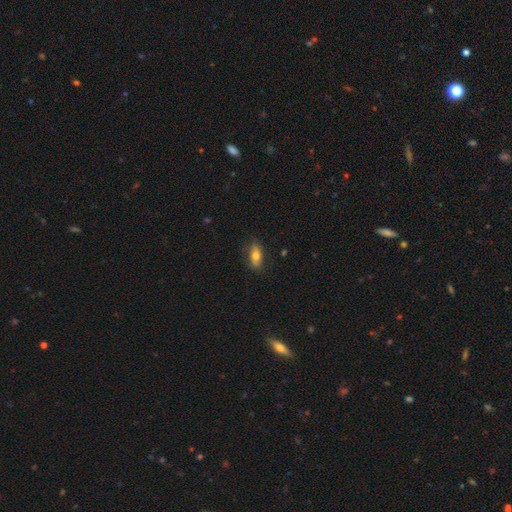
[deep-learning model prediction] Overall: smooth (68%). How rounded: in between (79%). Merging: none (76%).